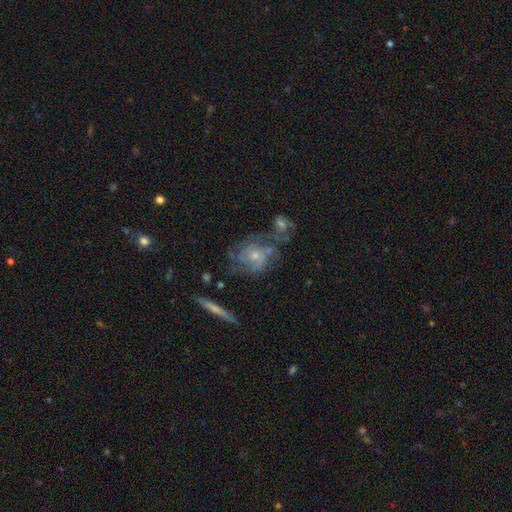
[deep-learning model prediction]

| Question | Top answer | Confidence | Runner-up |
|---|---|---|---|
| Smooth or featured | featured or disk | 71% | smooth (20%) |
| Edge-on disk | no | 95% | yes (5%) |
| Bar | no | 77% | weak (19%) |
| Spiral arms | yes | 81% | no (19%) |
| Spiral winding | tight | 46% | medium (39%) |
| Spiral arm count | can't tell | 43% | 2 (26%) |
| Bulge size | small | 54% | moderate (37%) |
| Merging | none | 43% | merger (21%) |